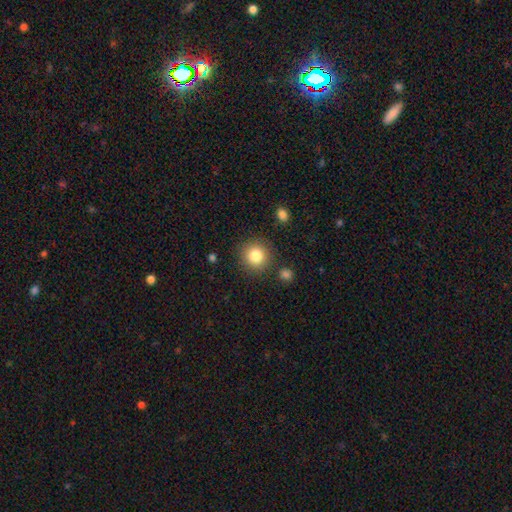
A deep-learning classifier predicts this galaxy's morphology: Overall: smooth (84%). How rounded: round (93%). Merging: none (86%).